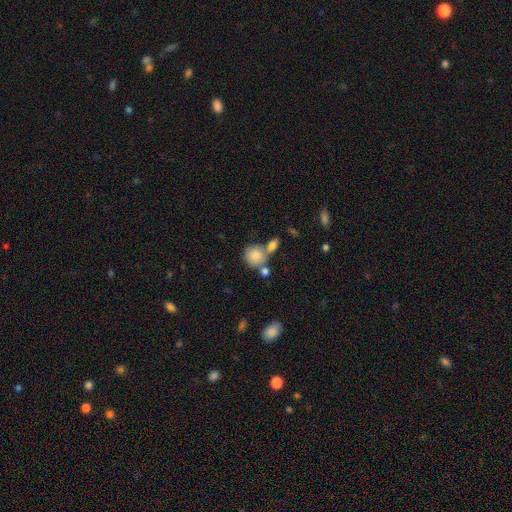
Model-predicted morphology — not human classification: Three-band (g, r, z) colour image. It shows a smooth galaxy with no disk features (82%) that is round (84%). Merging: none (52%).